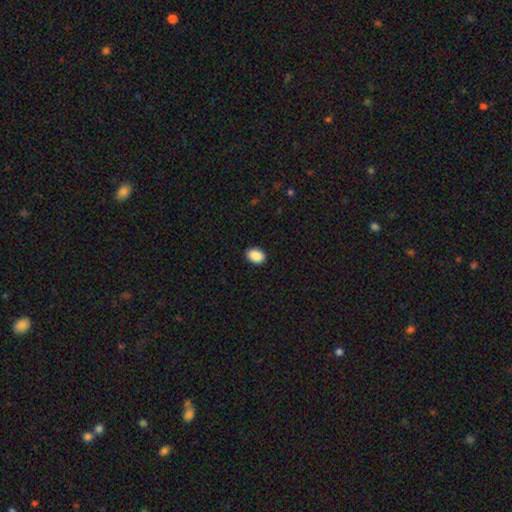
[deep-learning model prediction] smooth-or-featured: smooth: 90% | star or artifact: 7% | featured or disk: 3%
  how-rounded: in between: 77% | round: 22% | cigar-shaped: 1%
  merging: none: 91% | minor disturbance: 7% | major disturbance: 2% | merger: 1%